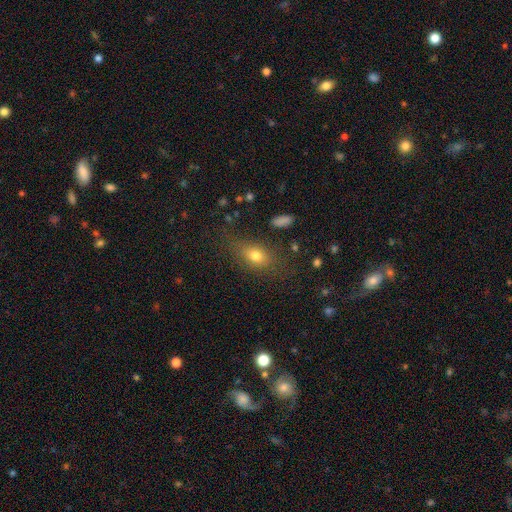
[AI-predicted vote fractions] Q: Smooth or featured?
A: smooth (73%); runner-up: featured or disk (14%)
Q: How rounded?
A: in between (72%); runner-up: round (20%)
Q: Merging?
A: none (74%); runner-up: minor disturbance (16%)